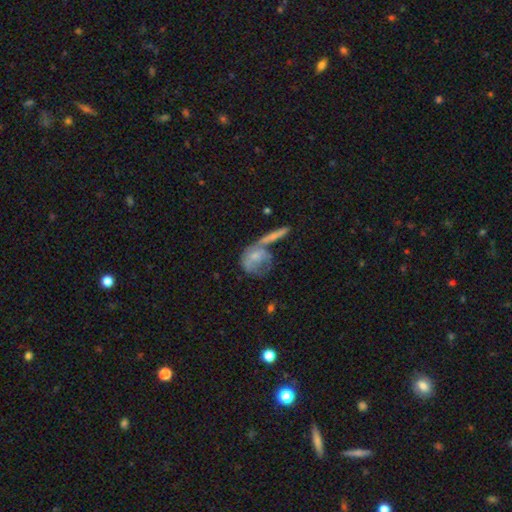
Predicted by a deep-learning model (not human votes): Q: Smooth or featured?
A: smooth (47%); runner-up: featured or disk (44%)
Q: Merging?
A: merger (36%); runner-up: none (29%)